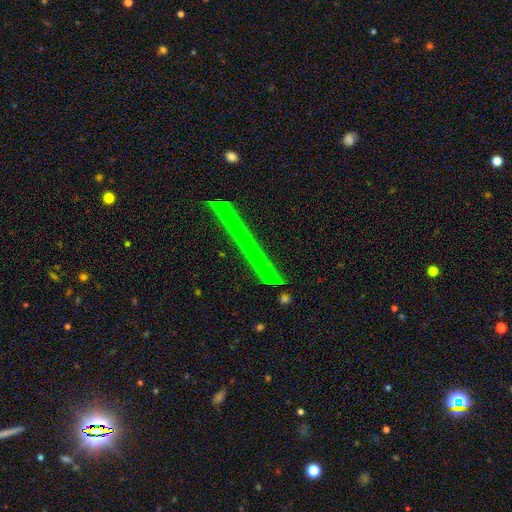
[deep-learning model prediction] The model was most divided on "smooth or featured": star or artifact: 76%, featured or disk: 15%, smooth: 9%.